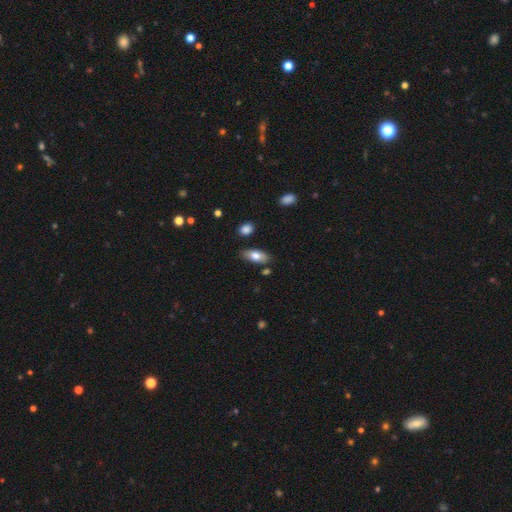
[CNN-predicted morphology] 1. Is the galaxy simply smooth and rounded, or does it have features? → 75% smooth, 19% featured or disk, 6% star or artifact.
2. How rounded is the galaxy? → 85% in between, 12% cigar-shaped, 3% round.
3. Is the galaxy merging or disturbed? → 80% none, 13% minor disturbance, 4% merger, 3% major disturbance.